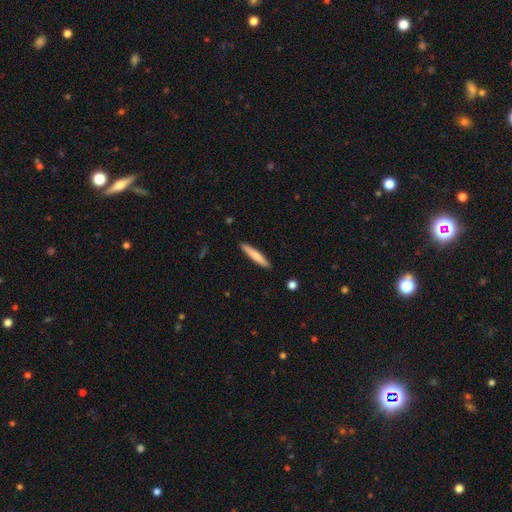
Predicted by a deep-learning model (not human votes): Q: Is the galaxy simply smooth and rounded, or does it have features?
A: smooth — 74%.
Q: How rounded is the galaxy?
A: cigar-shaped — 92%.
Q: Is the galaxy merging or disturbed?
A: none — 90%.